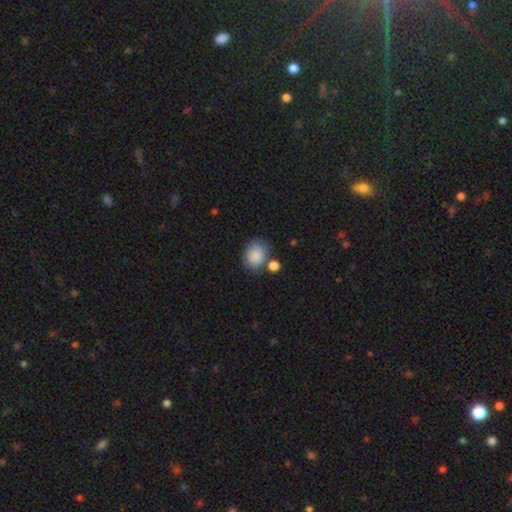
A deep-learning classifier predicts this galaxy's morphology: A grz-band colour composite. It shows a smooth galaxy with no disk features (86%) that is in between round and cigar-shaped (51%). Merging: none (62%).